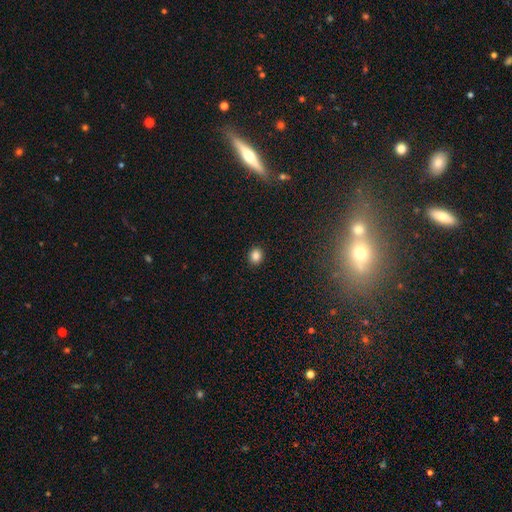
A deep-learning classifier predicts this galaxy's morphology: Smooth or featured? Predicted: smooth (p=0.85). How rounded? Predicted: round (p=0.72). Merging? Predicted: none (p=0.92).